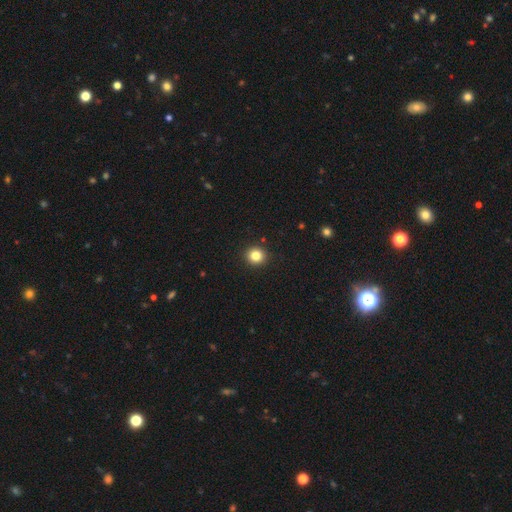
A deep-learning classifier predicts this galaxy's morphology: The model was most divided on "smooth or featured": smooth: 83%, star or artifact: 12%, featured or disk: 6%. More confident: merging — none (93%); how rounded — round (91%).